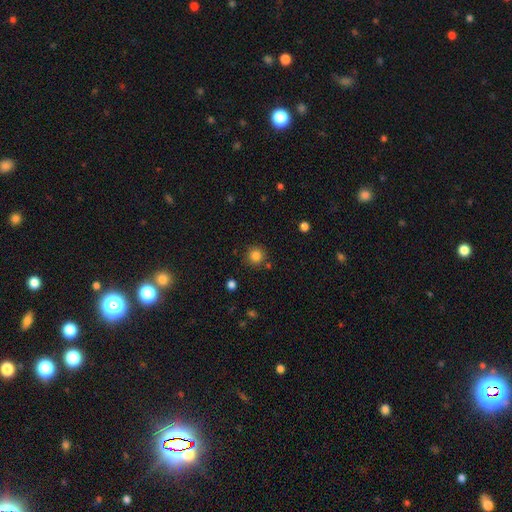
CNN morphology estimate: Smooth or featured? smooth (83%)
How rounded? round (93%)
Merging? none (84%)